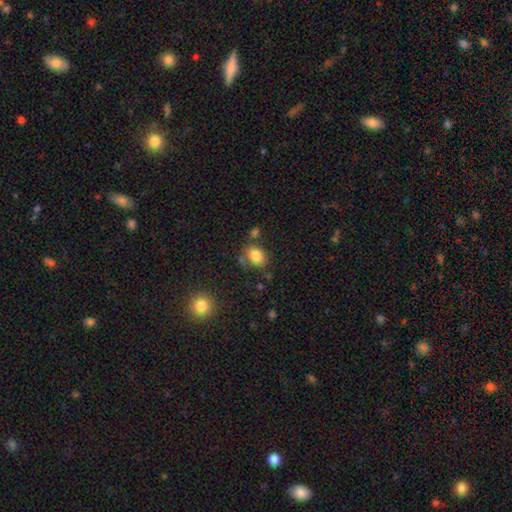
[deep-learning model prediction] Smooth or featured? smooth (83%)
How rounded? in between (56%)
Merging? none (67%)